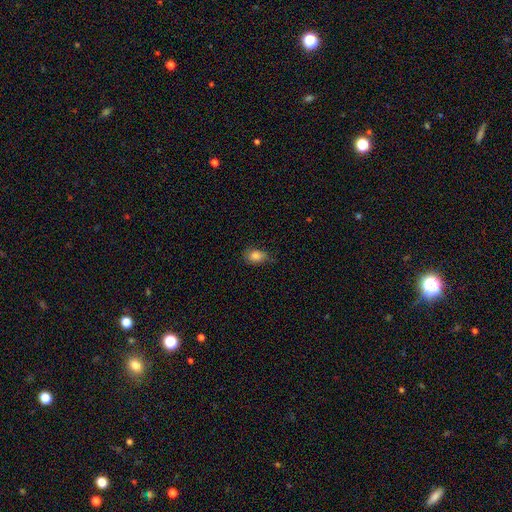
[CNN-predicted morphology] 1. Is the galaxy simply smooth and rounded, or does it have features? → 84% smooth, 9% star or artifact, 7% featured or disk.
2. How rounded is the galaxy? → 78% in between, 20% round, 1% cigar-shaped.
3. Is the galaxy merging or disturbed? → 72% none, 23% minor disturbance, 4% major disturbance, 1% merger.